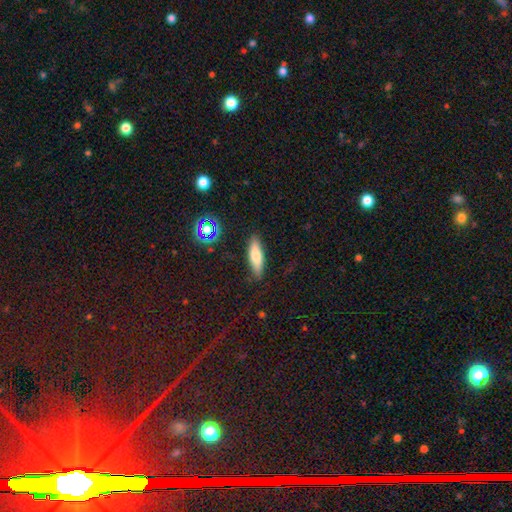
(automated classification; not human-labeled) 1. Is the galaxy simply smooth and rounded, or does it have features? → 71% smooth, 21% featured or disk, 8% star or artifact.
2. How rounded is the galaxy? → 55% cigar-shaped, 43% in between, 2% round.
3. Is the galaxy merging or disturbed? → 85% none, 10% minor disturbance, 3% major disturbance, 2% merger.